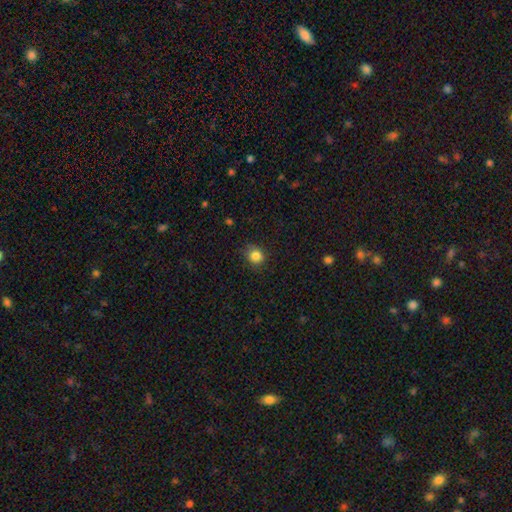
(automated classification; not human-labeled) Smooth or featured?
  - smooth: 84% *
  - star or artifact: 11%
  - featured or disk: 5%
How rounded?
  - round: 77% *
  - in between: 22%
  - cigar-shaped: 1%
Merging?
  - none: 75% *
  - minor disturbance: 19%
  - major disturbance: 4%
  - merger: 1%